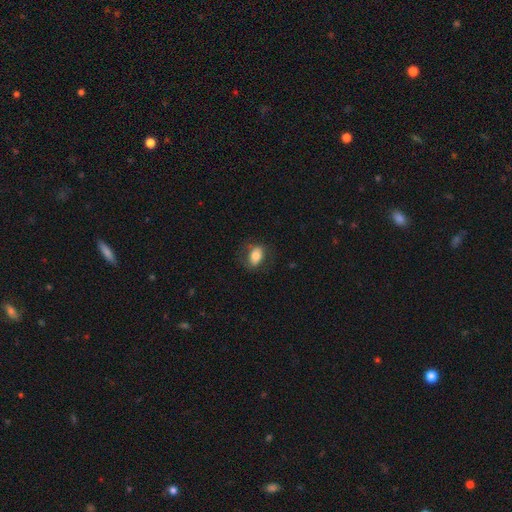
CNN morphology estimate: Smooth or featured? Predicted: smooth (p=0.73). How rounded? Predicted: in between (p=0.83). Merging? Predicted: none (p=0.74).